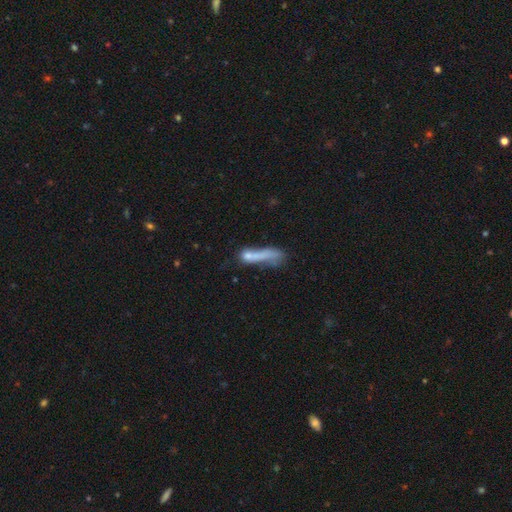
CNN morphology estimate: smooth_or_featured: smooth (p=0.59) [alt: featured or disk p=0.29]
how_rounded: cigar-shaped (p=0.77) [alt: in between p=0.19]
merging: none (p=0.30) [alt: major disturbance p=0.26]